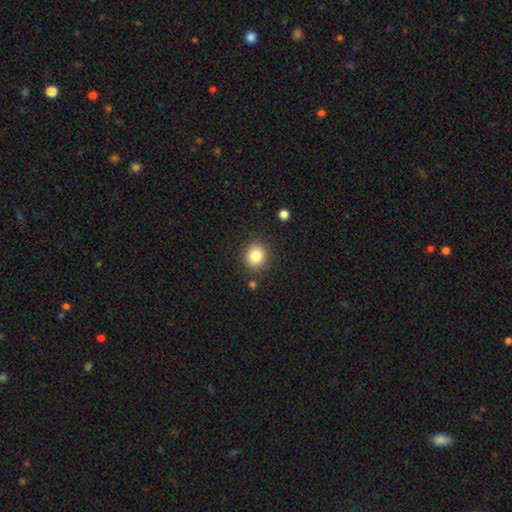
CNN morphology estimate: Smooth or featured? Predicted: smooth (p=0.84). How rounded? Predicted: round (p=0.83). Merging? Predicted: none (p=0.86).